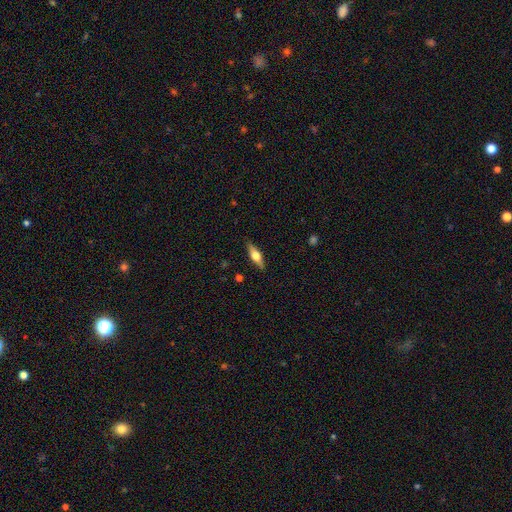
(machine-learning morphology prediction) type=featured or disk (56%); edge-on=yes (94%); edge-on bulge=rounded (92%); merging=none (88%).